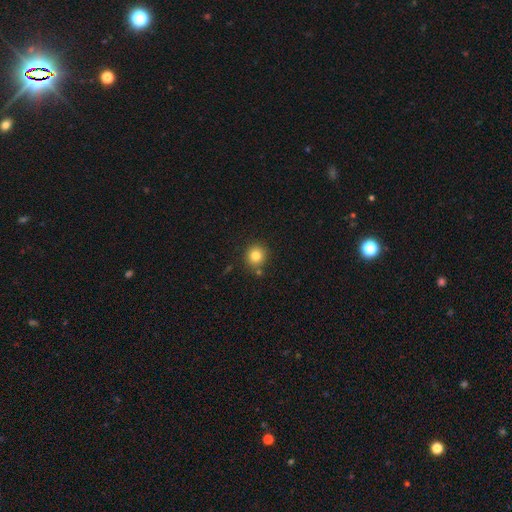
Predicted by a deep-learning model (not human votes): A smooth galaxy with no disk features (81%) that is round (90%).

Vote fractions:
- Smooth or featured? smooth: 81% / star or artifact: 12% / featured or disk: 7%
- How rounded? round: 90% / in between: 9% / cigar-shaped: 1%
- Merging? none: 82% / minor disturbance: 9% / merger: 6% / major disturbance: 2%